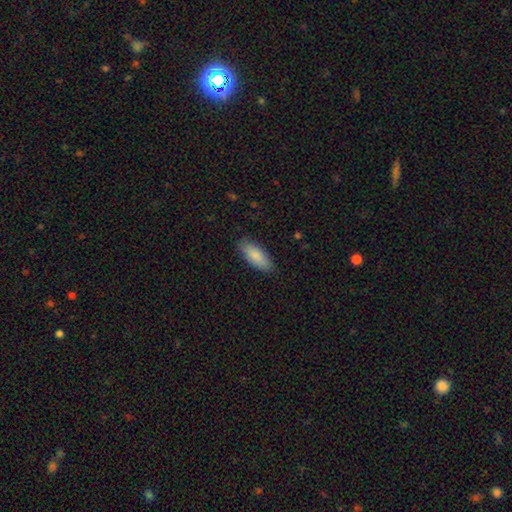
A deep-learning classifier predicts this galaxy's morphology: Smooth or featured?
  - smooth: 86% *
  - featured or disk: 9%
  - star or artifact: 6%
How rounded?
  - in between: 79% *
  - cigar-shaped: 19%
  - round: 2%
Merging?
  - none: 84% *
  - minor disturbance: 13%
  - major disturbance: 2%
  - merger: 1%